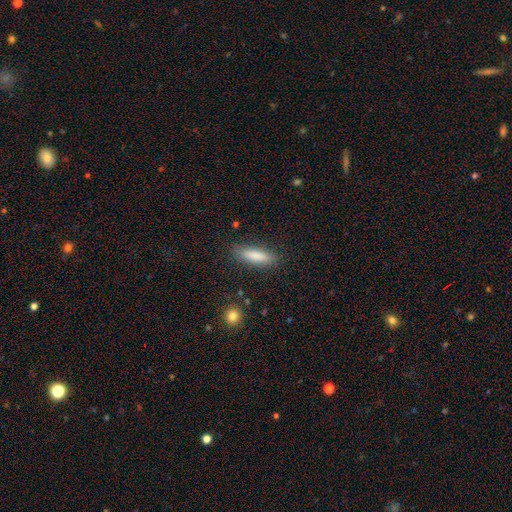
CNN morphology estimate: The model was most divided on "how rounded": cigar-shaped: 68%, in between: 30%, round: 2%. More confident: merging — none (86%); smooth or featured — smooth (81%).